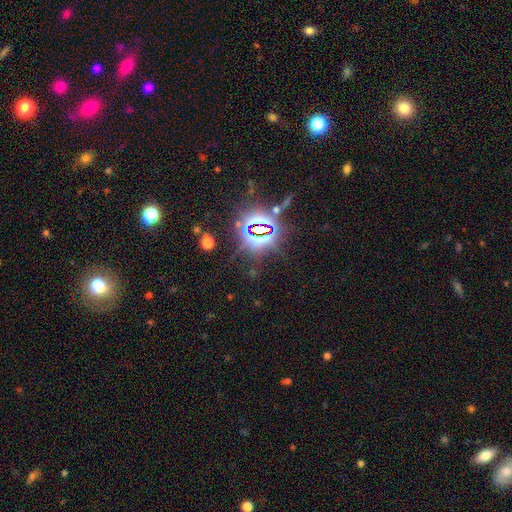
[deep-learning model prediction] Morphology: type=star or artifact (82%).